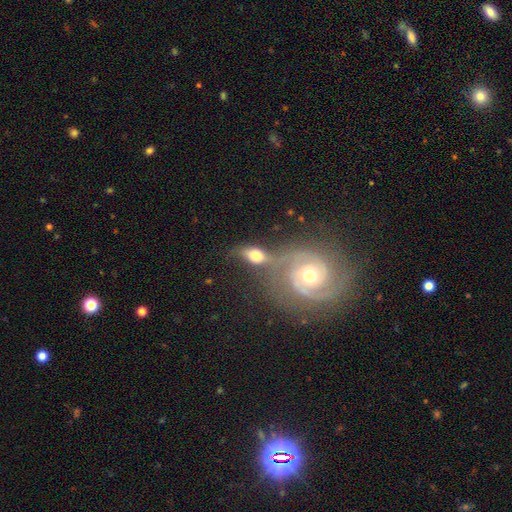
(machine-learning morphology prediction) smooth-or-featured: featured or disk: 48% | smooth: 43% | star or artifact: 9%
  merging: merger: 42% | none: 31% | minor disturbance: 16% | major disturbance: 12%